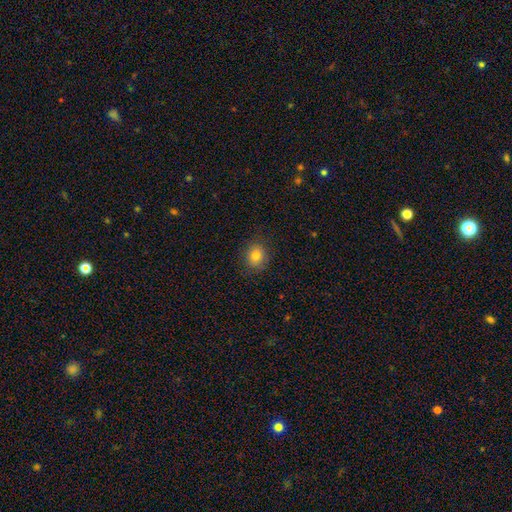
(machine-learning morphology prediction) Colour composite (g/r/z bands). It shows a smooth galaxy with no disk features (82%) that is round (74%). Merging: none (86%).